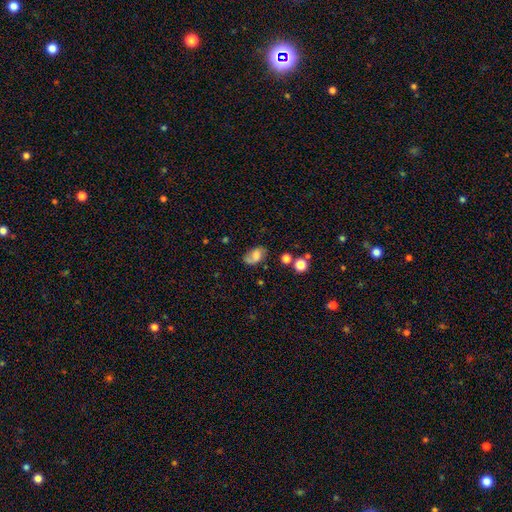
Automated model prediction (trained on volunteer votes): A smooth galaxy with no disk features (61%) that is in between round and cigar-shaped (86%). Merging: none (60%).